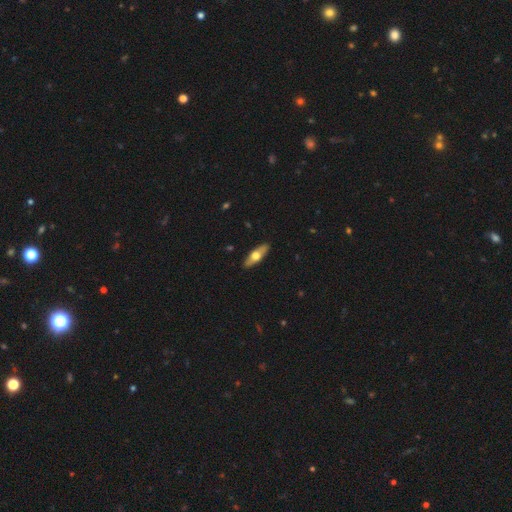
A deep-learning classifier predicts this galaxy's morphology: Q: Smooth or featured?
A: smooth (51%); runner-up: featured or disk (44%)
Q: How rounded?
A: in between (54%); runner-up: cigar-shaped (43%)
Q: Merging?
A: none (89%); runner-up: minor disturbance (8%)